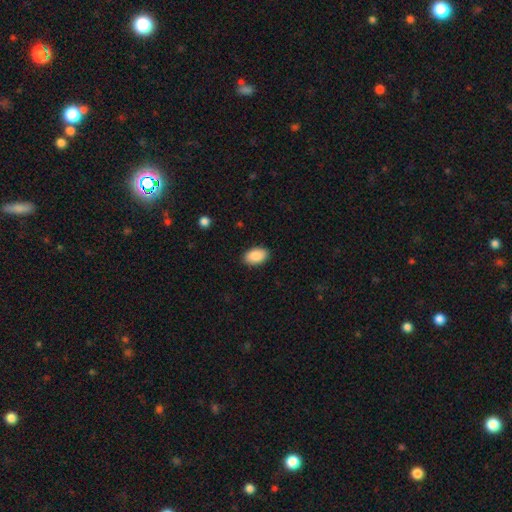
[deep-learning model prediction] smooth_or_featured: smooth (p=0.89) [alt: star or artifact p=0.06]
how_rounded: in between (p=0.93) [alt: round p=0.06]
merging: none (p=0.89) [alt: minor disturbance p=0.08]